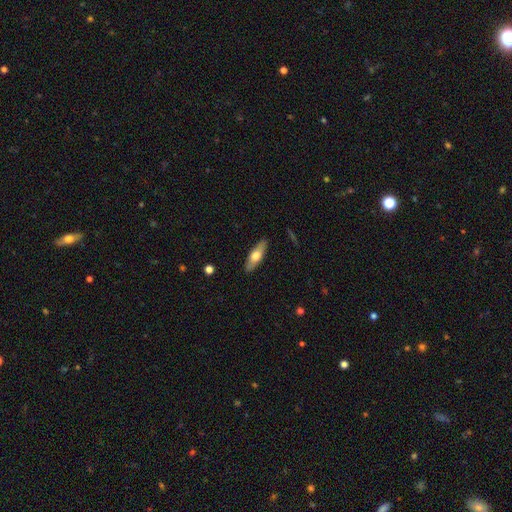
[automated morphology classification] type=smooth (56%); roundness=in between (54%); merging=none (88%).